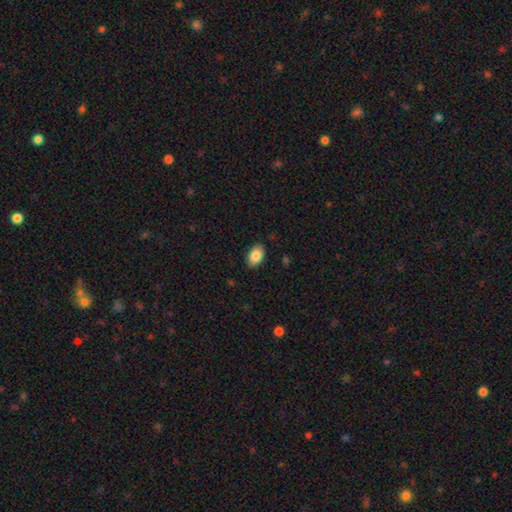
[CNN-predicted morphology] The model was most divided on "merging": none: 87%, minor disturbance: 10%, major disturbance: 2%, merger: 1%. More confident: how rounded — in between (90%); smooth or featured — smooth (86%).